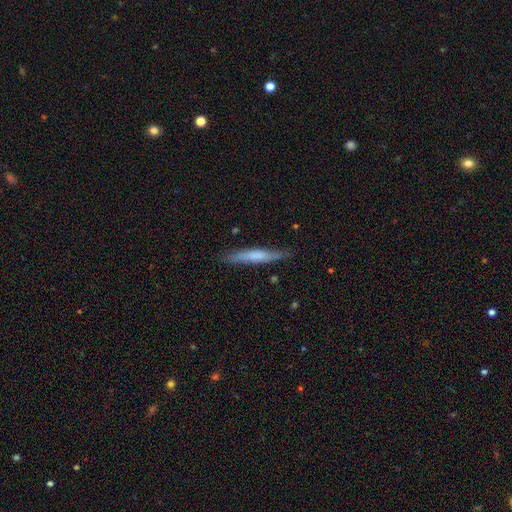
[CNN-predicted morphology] Smooth or featured? Predicted: smooth (p=0.60). How rounded? Predicted: cigar-shaped (p=0.93). Merging? Predicted: none (p=0.83).